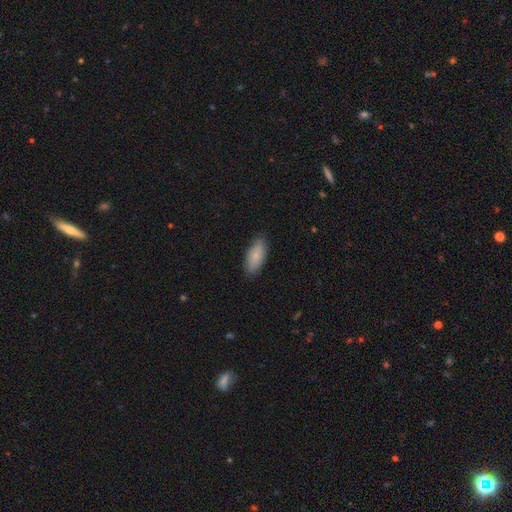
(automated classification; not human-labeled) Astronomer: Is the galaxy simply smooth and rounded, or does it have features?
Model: smooth — 82%.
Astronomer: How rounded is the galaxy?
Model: in between — 85%.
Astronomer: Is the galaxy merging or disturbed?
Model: none — 83%.